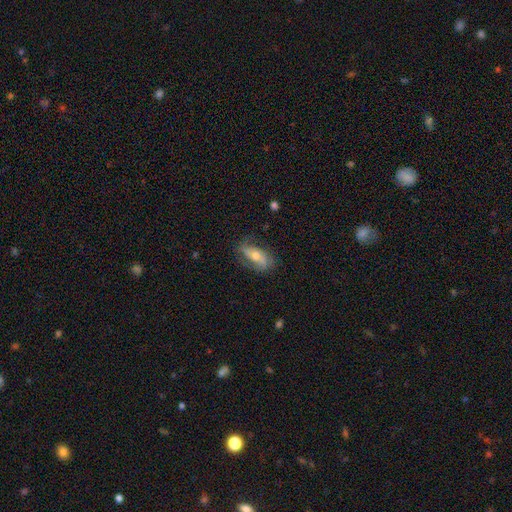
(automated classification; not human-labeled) Smooth or featured? featured or disk (64%)
Edge-on disk? no (87%)
Bar? no (53%)
Spiral arms? yes (82%)
Bulge size? moderate (59%)
Merging? none (69%)